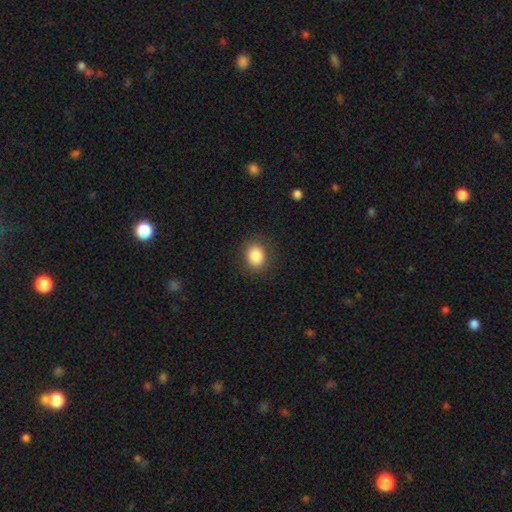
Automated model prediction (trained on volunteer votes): This appears to be a smooth galaxy with no disk features (85%) that is round (58%). Merging: none (88%).